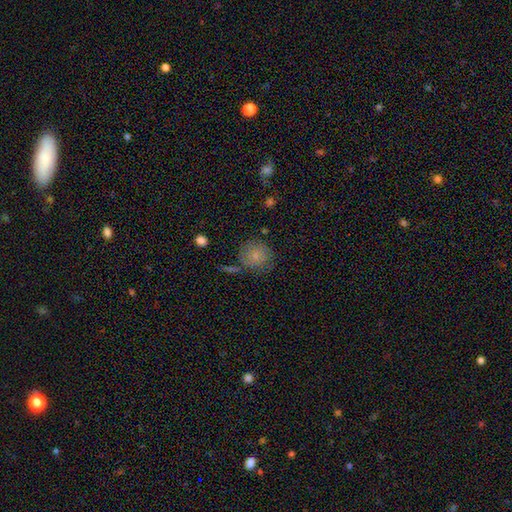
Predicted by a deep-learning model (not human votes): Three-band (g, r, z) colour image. It shows a smooth galaxy with no disk features (75%) that is round (88%). Merging: none (70%).